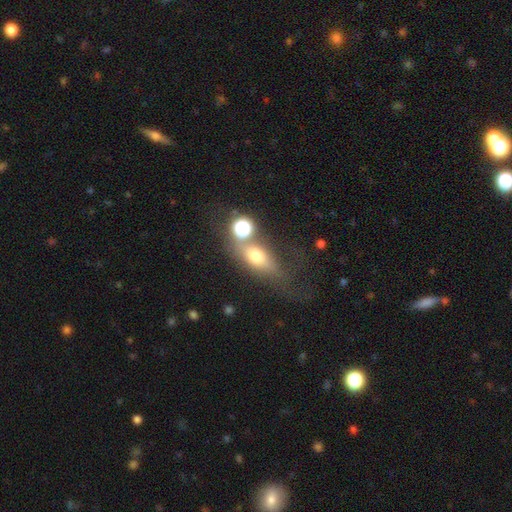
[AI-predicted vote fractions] Overall: smooth (61%; featured or disk 24%). How rounded: in between (62%). Merging: none (46%; merger 21%).